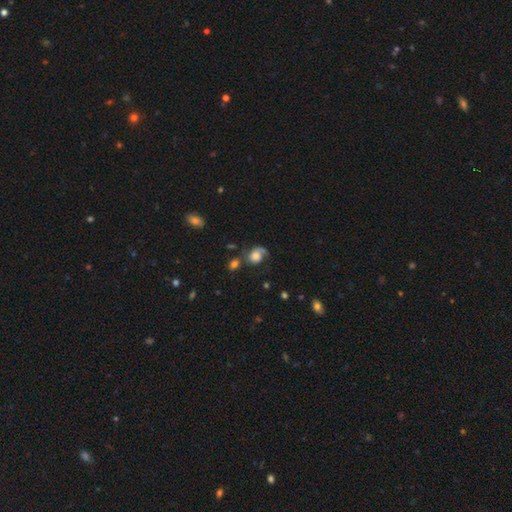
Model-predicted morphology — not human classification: A featured or disk galaxy (54%) with no bar (76%), spiral arms (87%) and a large central bulge (39%).

Vote fractions:
- Smooth or featured? featured or disk: 54% / smooth: 36% / star or artifact: 10%
- Edge-on disk? no: 97% / yes: 3%
- Bar? no: 76% / weak: 21% / strong: 4%
- Spiral arms? yes: 87% / no: 13%
- Bulge size? large: 39% / moderate: 30% / small: 14% / none: 10% / dominant: 8%
- Merging? none: 45% / major disturbance: 23% / minor disturbance: 22% / merger: 10%